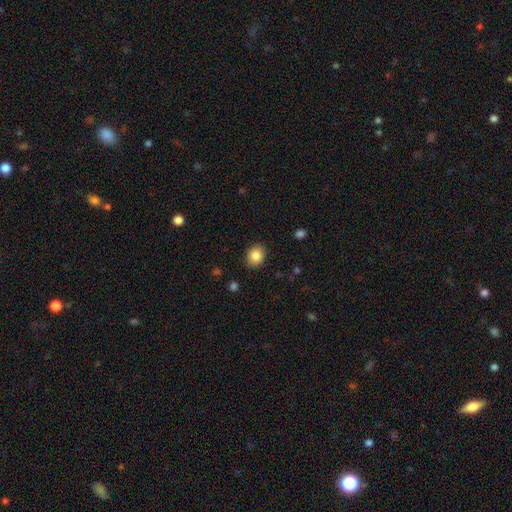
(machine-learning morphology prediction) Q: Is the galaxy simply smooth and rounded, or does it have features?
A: smooth — 86%.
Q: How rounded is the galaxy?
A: round — 58%.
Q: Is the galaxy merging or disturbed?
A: none — 89%.